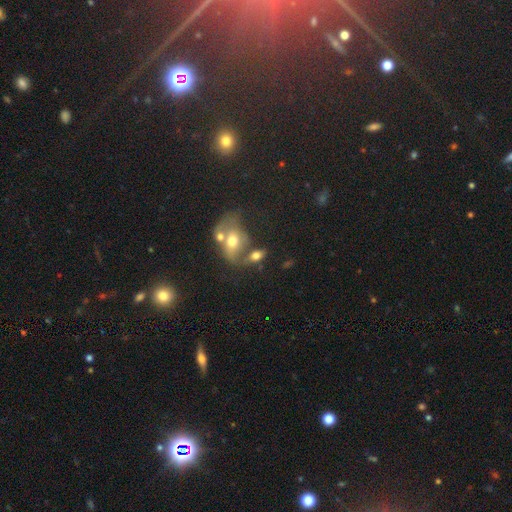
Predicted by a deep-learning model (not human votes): Morphology: type=smooth (55%); roundness=in between (74%); merging=merger (46%).